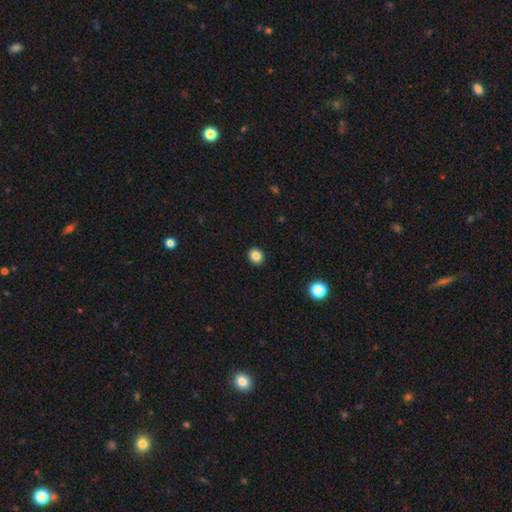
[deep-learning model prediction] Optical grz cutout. It shows a smooth galaxy with no disk features (85%) that is round (77%). Merging: none (92%).